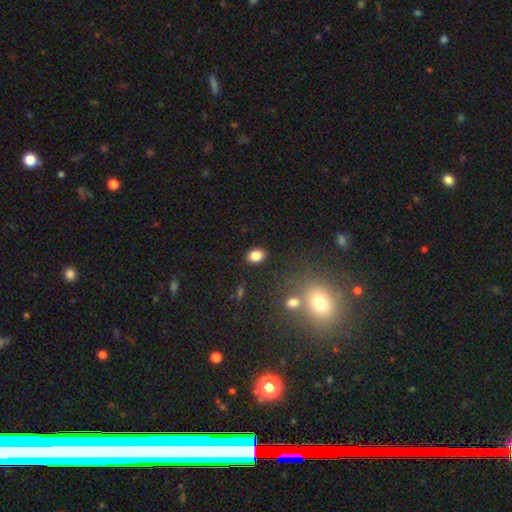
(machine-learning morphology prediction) Overall: smooth (84%). How rounded: in between (71%). Merging: none (86%).